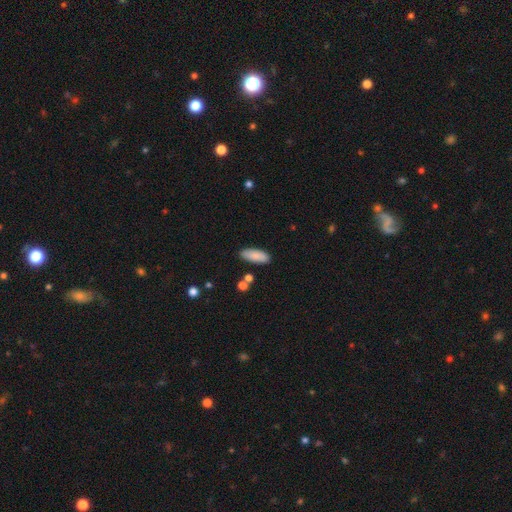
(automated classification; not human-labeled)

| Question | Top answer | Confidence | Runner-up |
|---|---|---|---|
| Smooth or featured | smooth | 85% | featured or disk (8%) |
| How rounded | in between | 75% | cigar-shaped (23%) |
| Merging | none | 84% | minor disturbance (10%) |